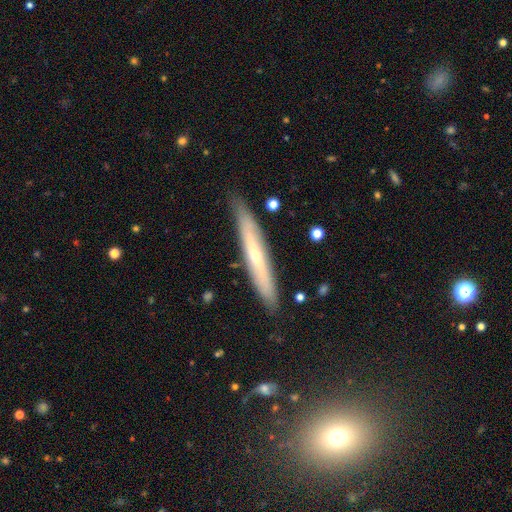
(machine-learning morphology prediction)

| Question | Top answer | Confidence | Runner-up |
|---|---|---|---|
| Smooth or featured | featured or disk | 61% | smooth (33%) |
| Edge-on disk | yes | 84% | no (16%) |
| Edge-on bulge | rounded | 71% | none (27%) |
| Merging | none | 85% | minor disturbance (11%) |